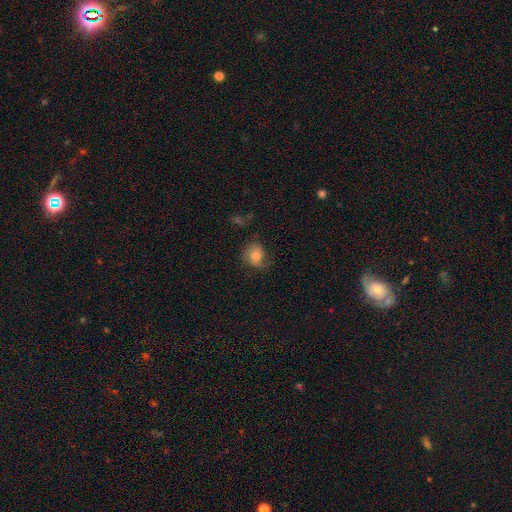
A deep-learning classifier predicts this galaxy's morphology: smooth 48%, featured or disk 43%, star or artifact 9%. Down the decision tree: merging — none (60%).